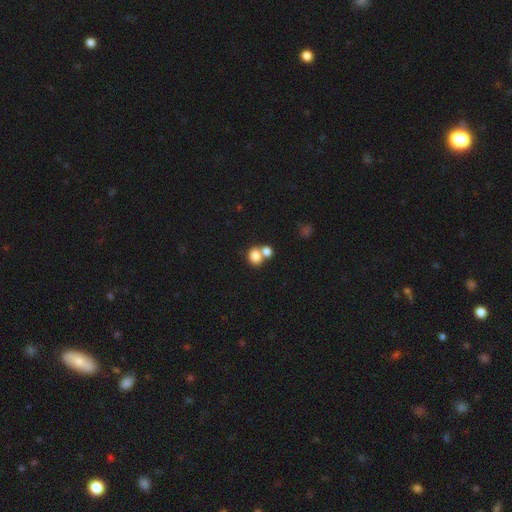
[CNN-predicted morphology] This is clearly a smooth galaxy (81%). How rounded: likely round (66%). Merging: possibly merger (49%).